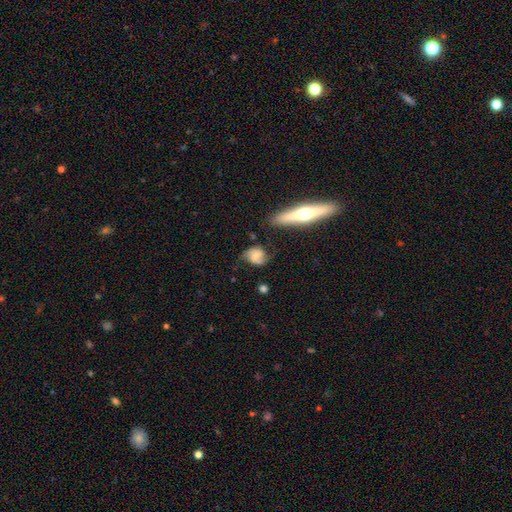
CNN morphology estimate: This is possibly a featured or disk galaxy (55%). It is clearly not viewed edge-on (93%). Bar: possibly no (55%). Spiral arm pattern: clearly yes (89%). Central bulge: marginally small (35%). Merging: likely none (64%).